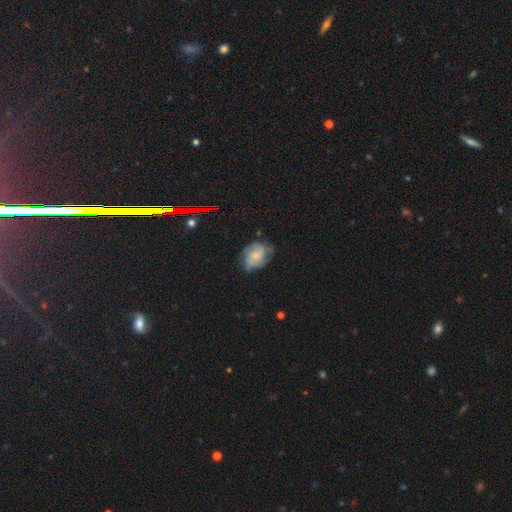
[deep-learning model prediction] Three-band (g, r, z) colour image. It shows a featured or disk galaxy (48%). Merging: none (59%).